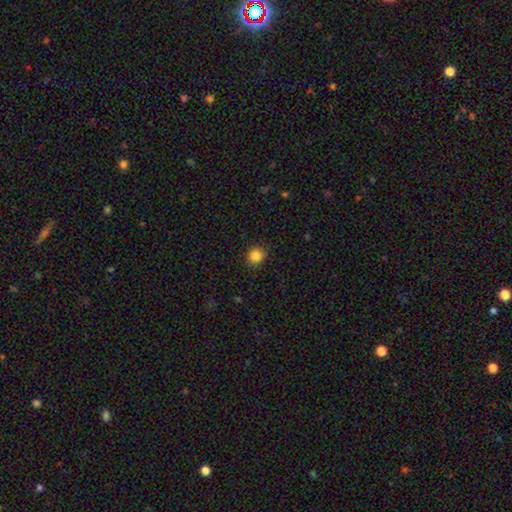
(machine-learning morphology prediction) Smooth or featured: smooth — 85% (star or artifact — 11%)
How rounded: round — 88% (in between — 11%)
Merging: none — 90% (minor disturbance — 7%)